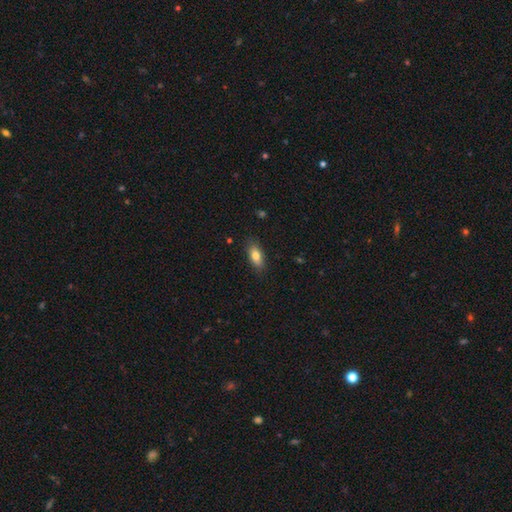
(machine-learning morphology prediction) Smooth or featured? smooth (79%)
How rounded? in between (83%)
Merging? none (85%)